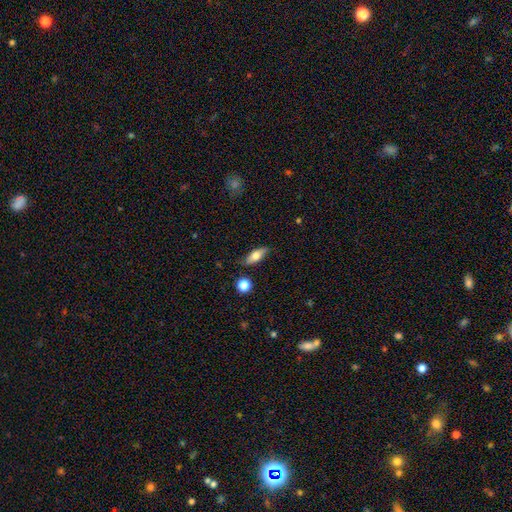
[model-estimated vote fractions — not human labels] Overall: smooth (62%; featured or disk 31%). How rounded: in between (67%; cigar-shaped 29%). Merging: none (79%).